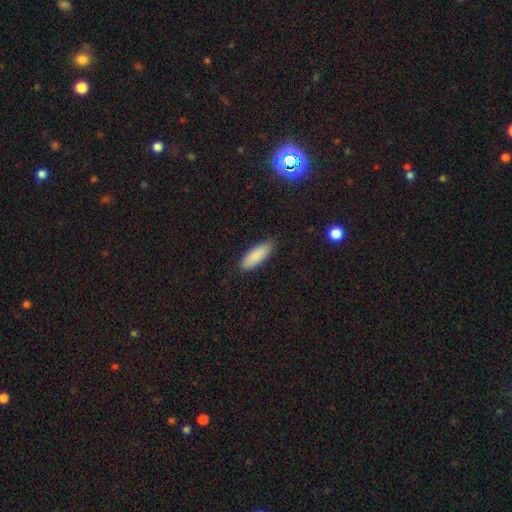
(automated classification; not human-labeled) Smooth or featured: smooth — 89% (star or artifact — 6%)
How rounded: in between — 62% (cigar-shaped — 36%)
Merging: none — 86% (minor disturbance — 11%)